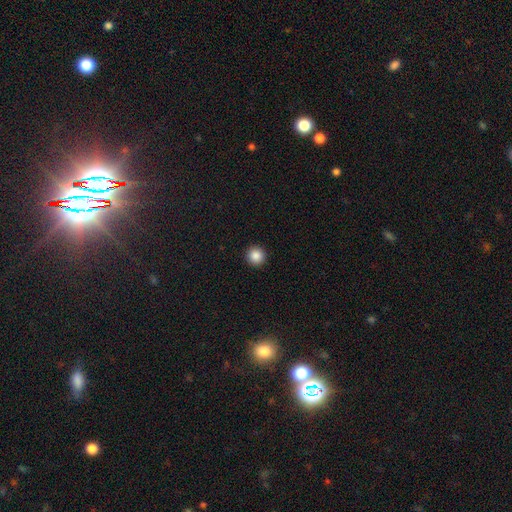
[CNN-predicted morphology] Smooth or featured: smooth — 87% (star or artifact — 10%)
How rounded: round — 96% (in between — 3%)
Merging: none — 94% (minor disturbance — 4%)